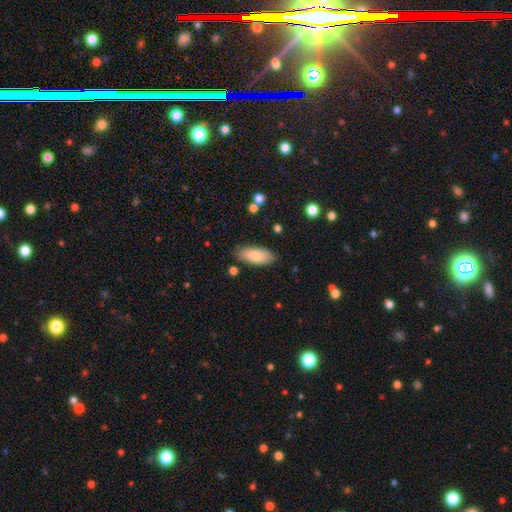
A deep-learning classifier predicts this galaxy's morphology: Smooth or featured? smooth (82%)
How rounded? in between (82%)
Merging? none (84%)